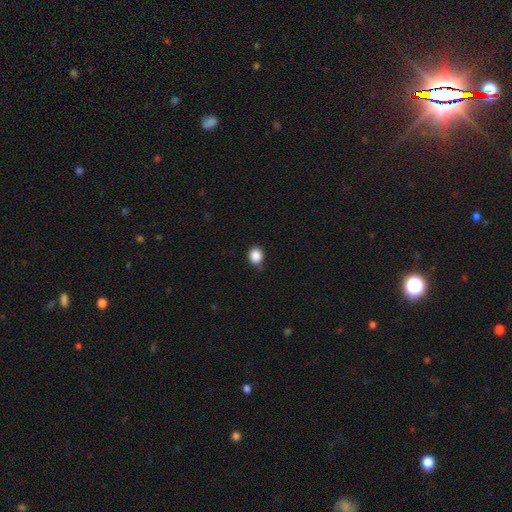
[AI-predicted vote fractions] Smooth or featured? smooth (88%)
How rounded? round (69%)
Merging? none (78%)